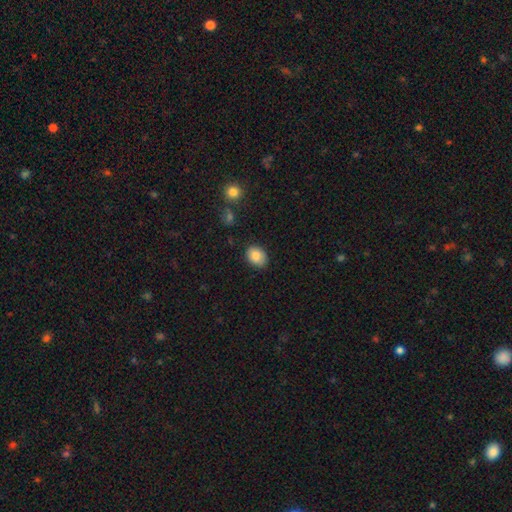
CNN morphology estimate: type=smooth (85%); roundness=in between (69%); merging=none (83%).